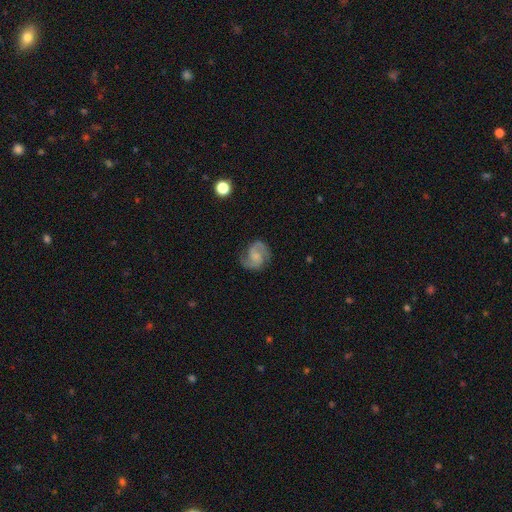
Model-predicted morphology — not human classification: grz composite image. It shows a featured or disk galaxy (82%) with no bar (52%), 2 (91%) medium (56%) spiral arms (97%) and a small central bulge (42%). Merging: none (77%).